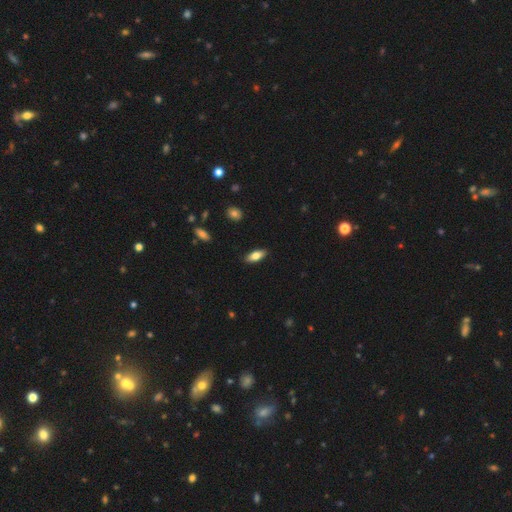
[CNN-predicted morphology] A smooth galaxy with no disk features (76%) that is in between round and cigar-shaped (78%). Merging: none (88%).